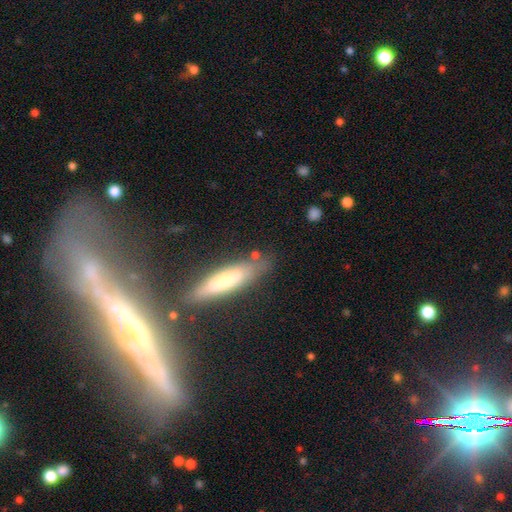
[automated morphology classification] smooth-or-featured: smooth: 59% | featured or disk: 30% | star or artifact: 11%
  how-rounded: cigar-shaped: 76% | in between: 21% | round: 2%
  merging: none: 71% | minor disturbance: 17% | major disturbance: 6% | merger: 6%